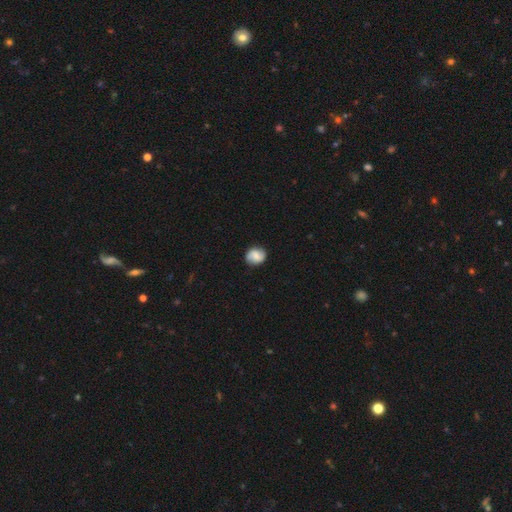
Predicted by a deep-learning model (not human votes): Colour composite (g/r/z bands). It shows a smooth galaxy with no disk features (53%) that is round (70%). Merging: none (83%).